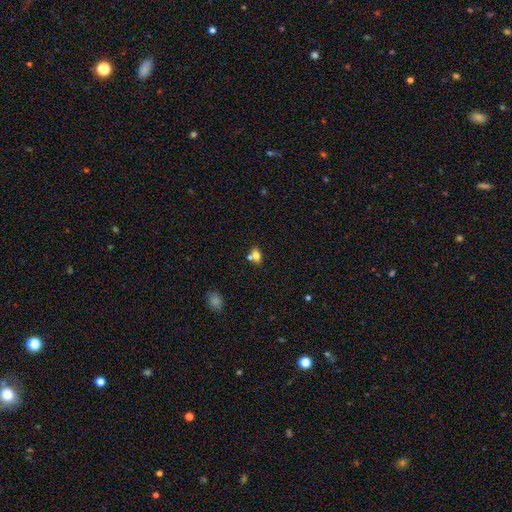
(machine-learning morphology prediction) smooth_or_featured: smooth (p=0.75) [alt: featured or disk p=0.13]
how_rounded: in between (p=0.72) [alt: round p=0.24]
merging: none (p=0.46) [alt: merger p=0.39]